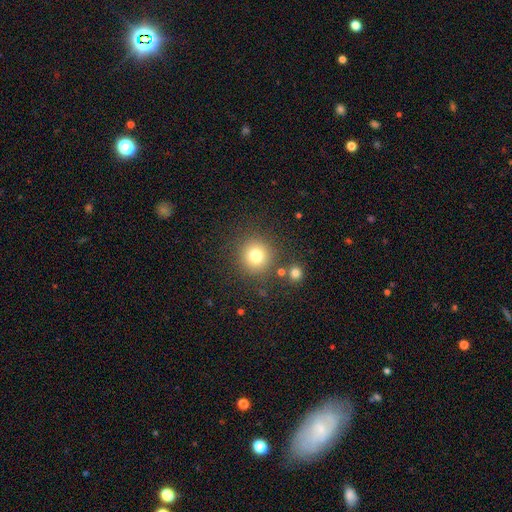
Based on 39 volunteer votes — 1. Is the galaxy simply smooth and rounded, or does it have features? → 82% smooth, 10% star or artifact, 8% featured or disk.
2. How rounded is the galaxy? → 100% round, 0% in between, 0% cigar-shaped.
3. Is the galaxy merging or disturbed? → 94% none, 3% major disturbance, 3% merger, 0% minor disturbance.